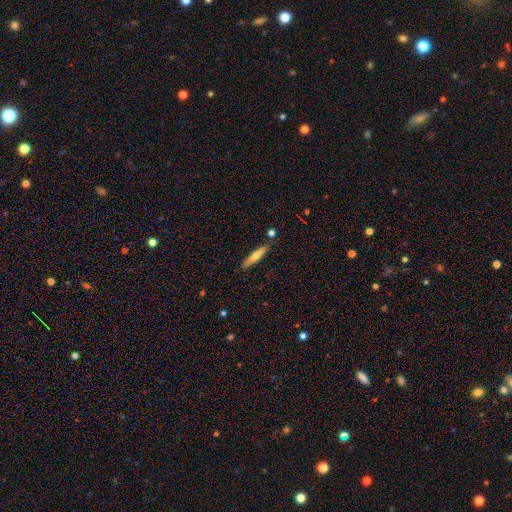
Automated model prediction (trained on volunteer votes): smooth 56%, featured or disk 37%, star or artifact 6%. Down the decision tree: how rounded — cigar-shaped (89%); merging — none (85%).